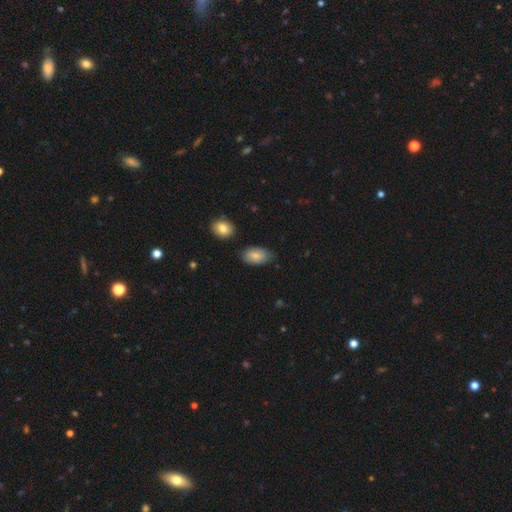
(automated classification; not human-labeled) Smooth or featured: smooth — 84% (featured or disk — 9%)
How rounded: in between — 94% (round — 5%)
Merging: none — 78% (minor disturbance — 16%)